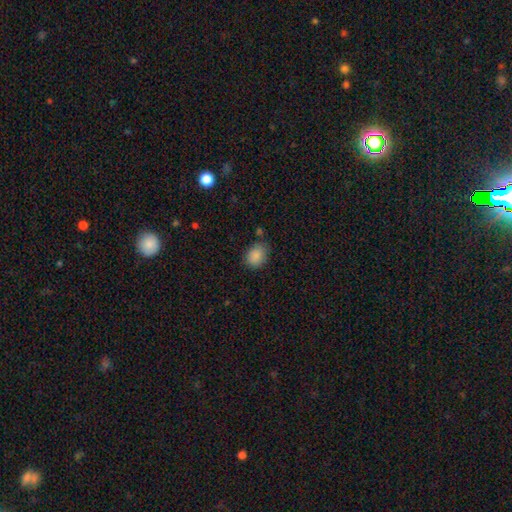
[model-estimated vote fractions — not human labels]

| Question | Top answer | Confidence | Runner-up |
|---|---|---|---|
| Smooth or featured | smooth | 87% | star or artifact (9%) |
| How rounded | in between | 52% | round (47%) |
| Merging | none | 75% | minor disturbance (17%) |